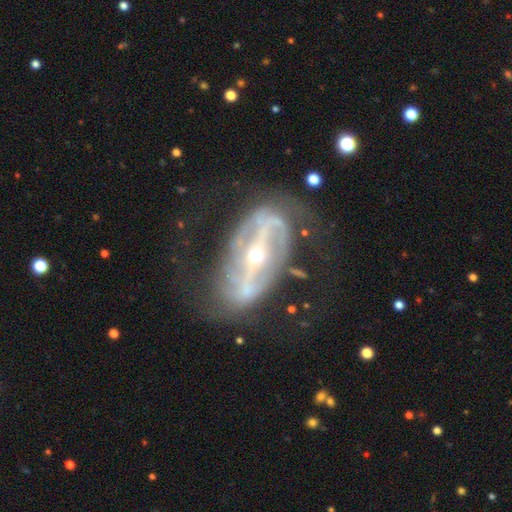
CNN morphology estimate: This is clearly a featured or disk galaxy (87%). It is clearly not viewed edge-on (91%). Bar: likely strong (74%). Spiral arm pattern: likely yes (76%). Spiral arm count: likely 2 (71%). Spiral winding: marginally medium (40%). Central bulge: likely small (67%). Merging: possibly none (51%).